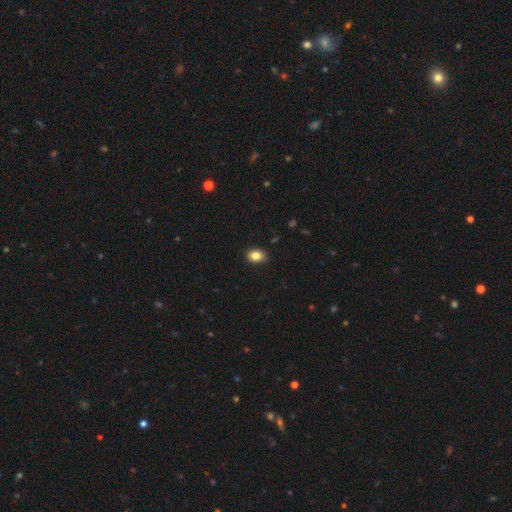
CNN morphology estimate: Smooth or featured? Predicted: smooth (p=0.84). How rounded? Predicted: in between (p=0.78). Merging? Predicted: none (p=0.86).